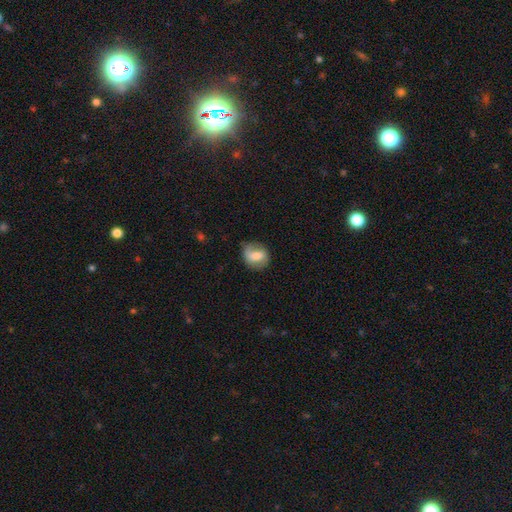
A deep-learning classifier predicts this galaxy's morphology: Smooth or featured? Predicted: smooth (p=0.53). How rounded? Predicted: round (p=0.53). Merging? Predicted: none (p=0.69).